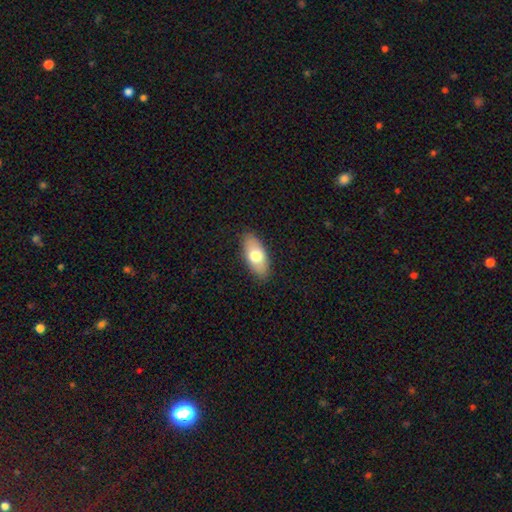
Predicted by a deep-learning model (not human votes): Smooth or featured? Predicted: smooth (p=0.71). How rounded? Predicted: in between (p=0.87). Merging? Predicted: none (p=0.87).